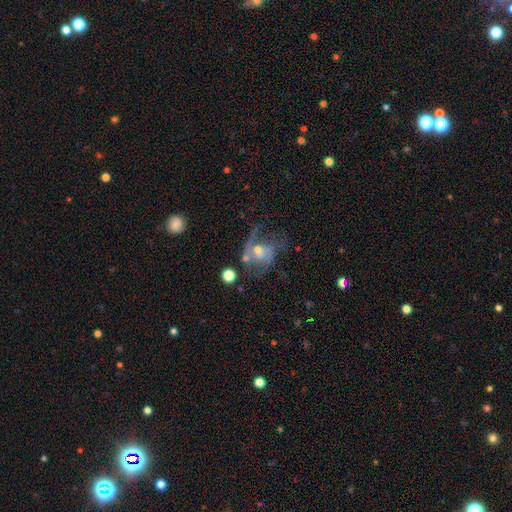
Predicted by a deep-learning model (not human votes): smooth-or-featured: featured or disk: 67% | smooth: 21% | star or artifact: 13%
  disk-edge-on: no: 97% | yes: 3%
    bar: no: 61% | weak: 32% | strong: 7%
    has-spiral-arms: yes: 71% | no: 29%
    bulge-size: small: 44% | moderate: 43% | none: 7% | large: 4% | dominant: 1%
  merging: major disturbance: 36% | none: 32% | minor disturbance: 17% | merger: 15%